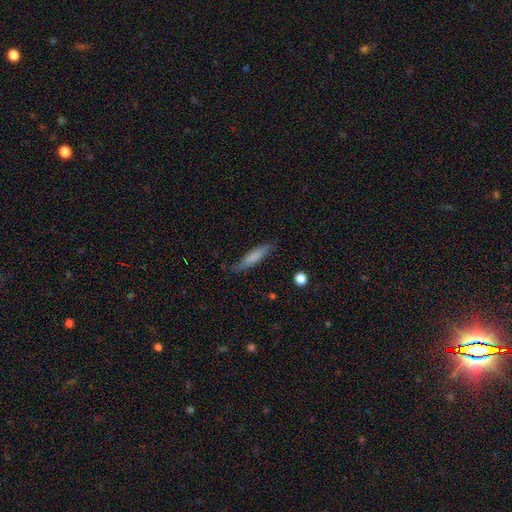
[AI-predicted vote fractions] Smooth or featured? Predicted: smooth (p=0.68). How rounded? Predicted: cigar-shaped (p=0.83). Merging? Predicted: none (p=0.76).